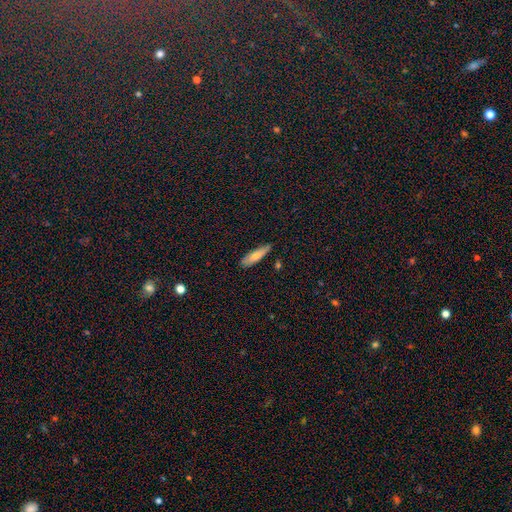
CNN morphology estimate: This appears to be a smooth galaxy with no disk features (77%) that is cigar-shaped (62%). Merging: none (80%).